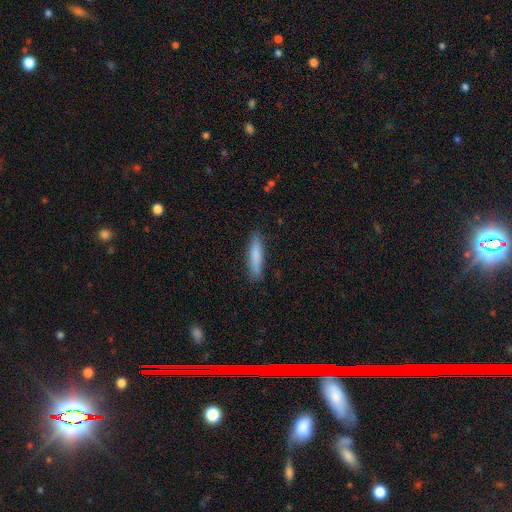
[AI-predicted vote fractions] smooth-or-featured: smooth: 82% | featured or disk: 12% | star or artifact: 6%
  how-rounded: cigar-shaped: 84% | in between: 15% | round: 1%
  merging: none: 85% | minor disturbance: 11% | major disturbance: 2% | merger: 1%